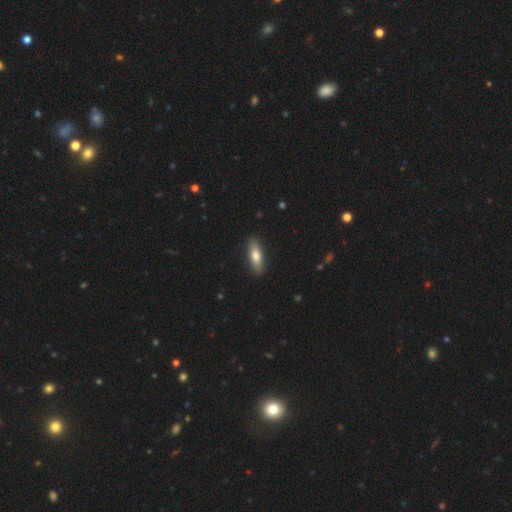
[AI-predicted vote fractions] Q: Smooth or featured?
A: smooth (74%); runner-up: featured or disk (21%)
Q: How rounded?
A: in between (53%); runner-up: cigar-shaped (44%)
Q: Merging?
A: none (89%); runner-up: minor disturbance (9%)